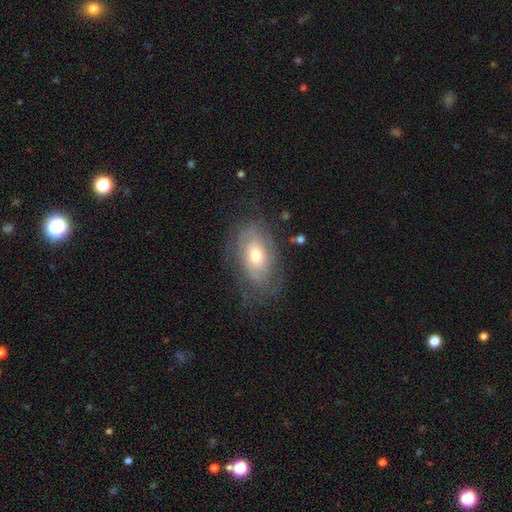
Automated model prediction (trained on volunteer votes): A featured or disk galaxy (60%) with no bar (81%), spiral arms (66%) and a moderate central bulge (67%). Merging: none (66%).